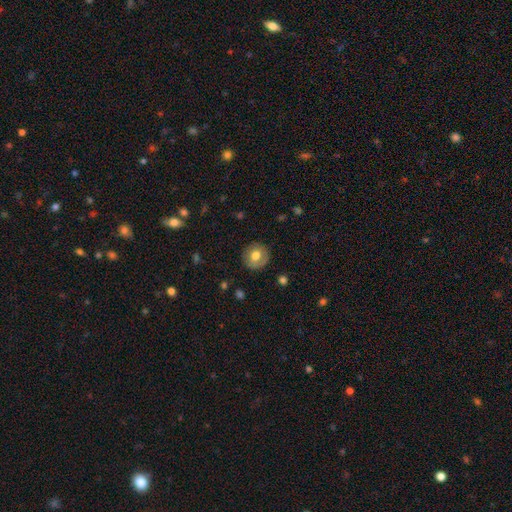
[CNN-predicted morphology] This is likely a smooth galaxy (69%). How rounded: clearly round (91%). Merging: clearly none (86%).